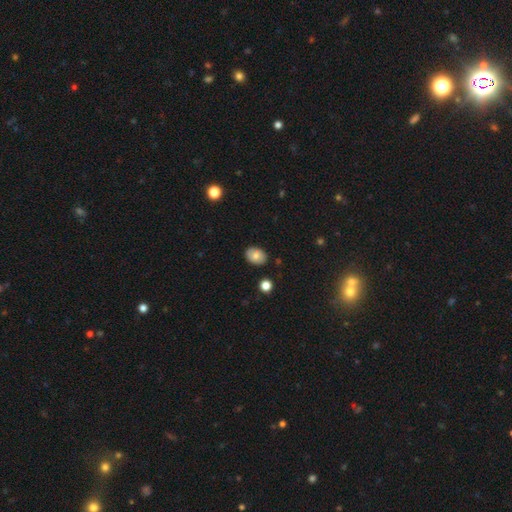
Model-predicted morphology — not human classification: Smooth or featured? smooth (79%)
How rounded? in between (71%)
Merging? none (86%)